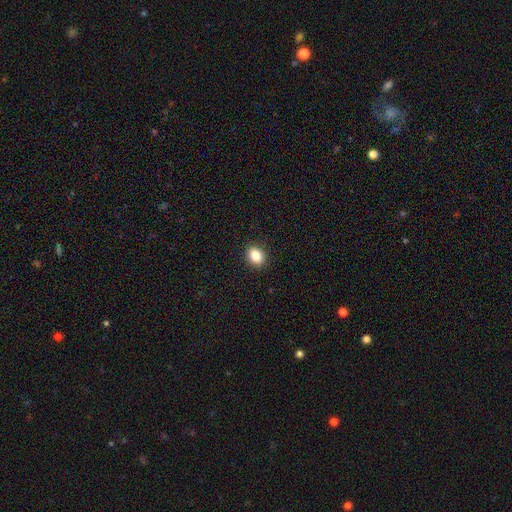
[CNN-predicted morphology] Smooth or featured? smooth (86%)
How rounded? in between (54%)
Merging? none (91%)